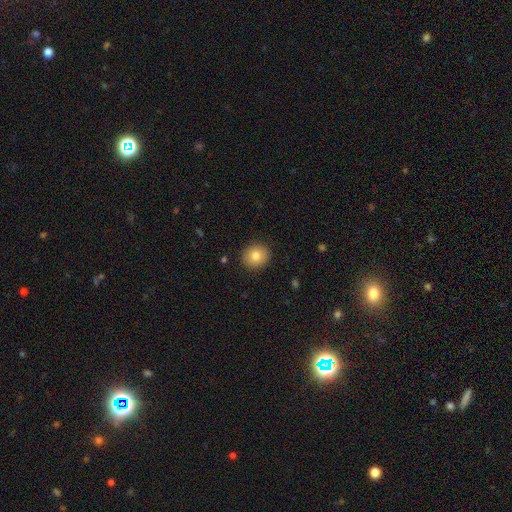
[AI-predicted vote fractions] smooth_or_featured: smooth (p=0.82) [alt: star or artifact p=0.10]
how_rounded: round (p=0.83) [alt: in between p=0.16]
merging: none (p=0.91) [alt: minor disturbance p=0.07]